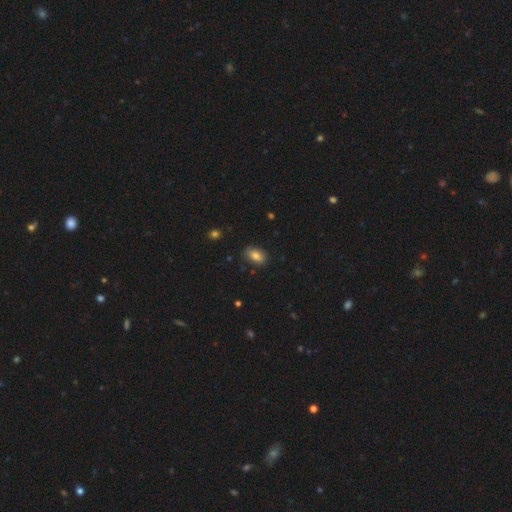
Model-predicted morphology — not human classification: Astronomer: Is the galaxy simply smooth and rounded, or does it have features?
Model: smooth — 82%.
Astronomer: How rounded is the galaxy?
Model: in between — 90%.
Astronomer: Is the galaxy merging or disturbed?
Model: none — 83%.